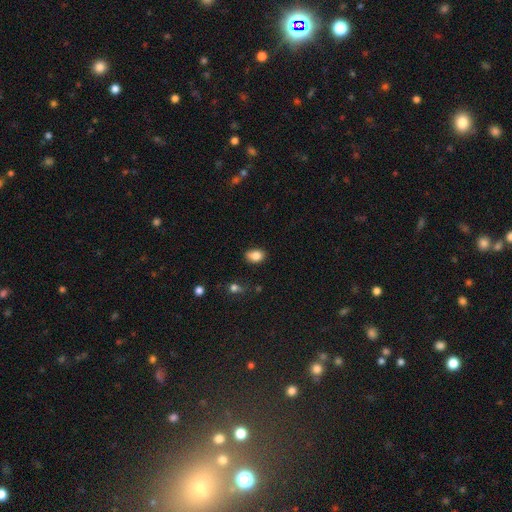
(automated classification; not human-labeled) Smooth or featured?
  - smooth: 84% *
  - star or artifact: 9%
  - featured or disk: 6%
How rounded?
  - in between: 79% *
  - round: 20%
  - cigar-shaped: 1%
Merging?
  - none: 74% *
  - minor disturbance: 21%
  - major disturbance: 4%
  - merger: 2%